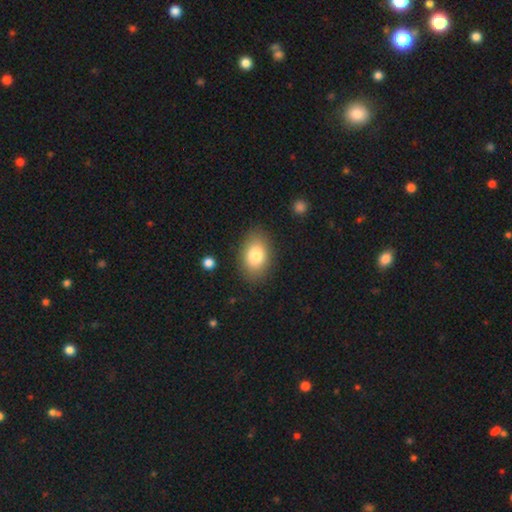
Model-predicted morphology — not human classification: Smooth or featured? smooth (80%)
How rounded? in between (83%)
Merging? none (85%)